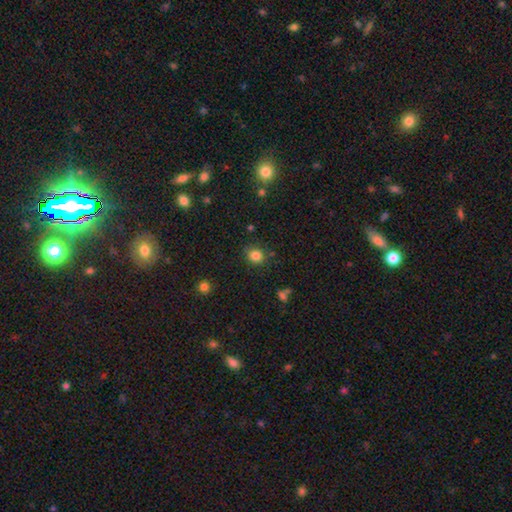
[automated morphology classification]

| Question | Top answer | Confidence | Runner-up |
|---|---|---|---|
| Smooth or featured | smooth | 82% | star or artifact (13%) |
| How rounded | round | 81% | in between (18%) |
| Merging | none | 80% | minor disturbance (13%) |